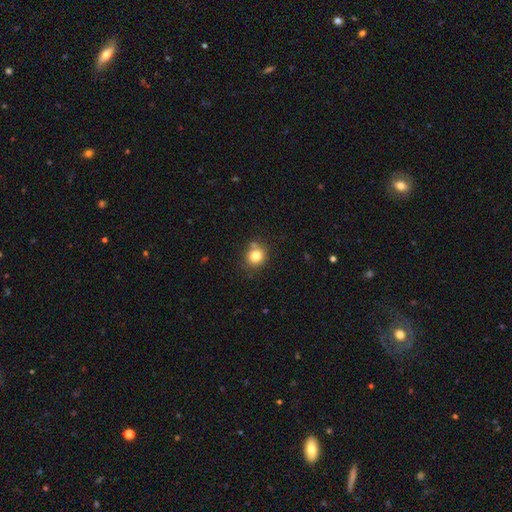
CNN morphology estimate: A smooth galaxy with no disk features (79%) that is round (86%). Merging: none (73%).